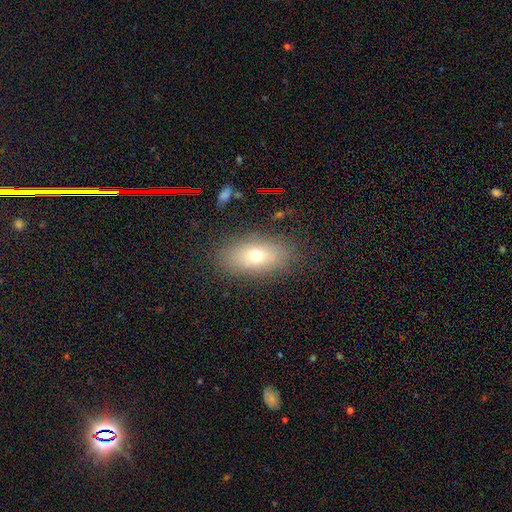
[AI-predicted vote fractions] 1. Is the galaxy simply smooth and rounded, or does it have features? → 69% smooth, 19% featured or disk, 12% star or artifact.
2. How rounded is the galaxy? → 84% in between, 9% round, 6% cigar-shaped.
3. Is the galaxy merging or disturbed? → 82% none, 11% minor disturbance, 5% major disturbance, 2% merger.